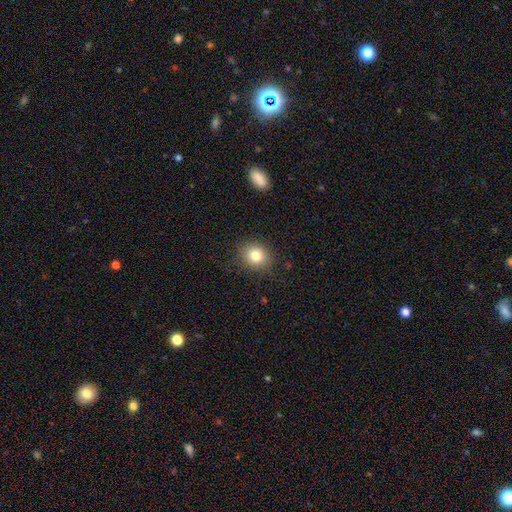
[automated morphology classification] A smooth galaxy with no disk features (81%) that is round (71%). Merging: none (86%).